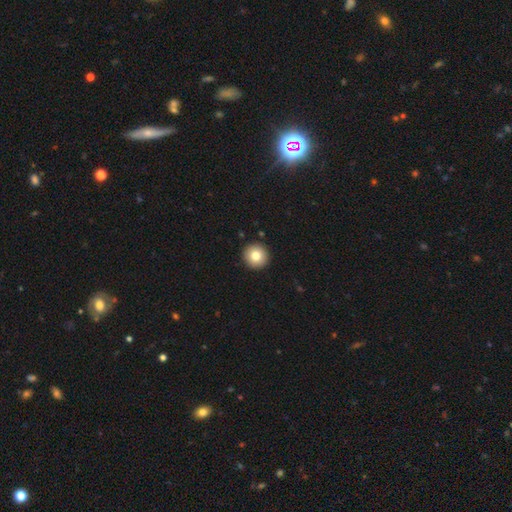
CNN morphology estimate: This is clearly a smooth galaxy (80%). How rounded: clearly round (95%). Merging: clearly none (93%).